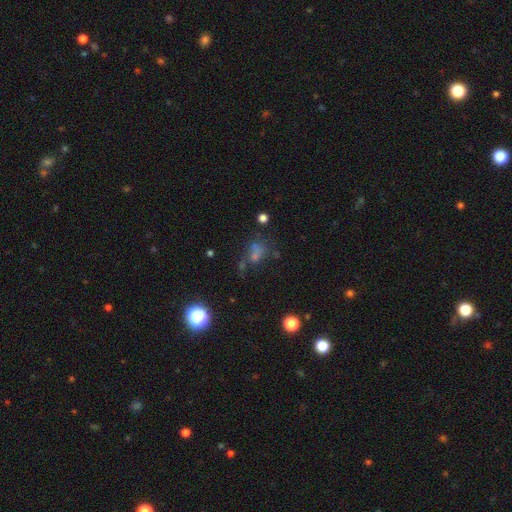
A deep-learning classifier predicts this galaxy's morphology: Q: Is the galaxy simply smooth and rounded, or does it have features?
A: smooth — 41%.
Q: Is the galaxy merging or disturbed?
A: none — 44%.